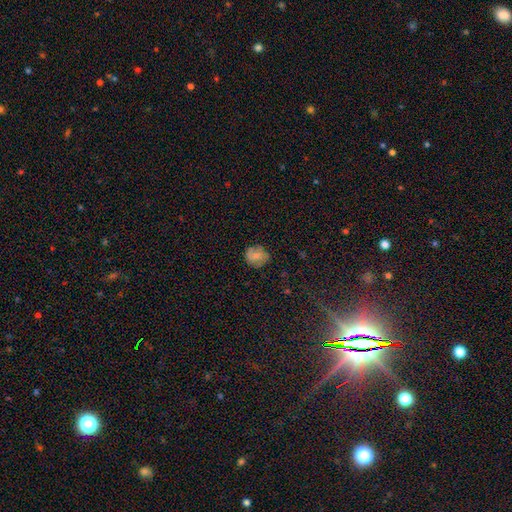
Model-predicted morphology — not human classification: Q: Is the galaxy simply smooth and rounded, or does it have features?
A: smooth — 68%.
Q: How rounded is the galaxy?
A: round — 78%.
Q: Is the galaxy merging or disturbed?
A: none — 71%.